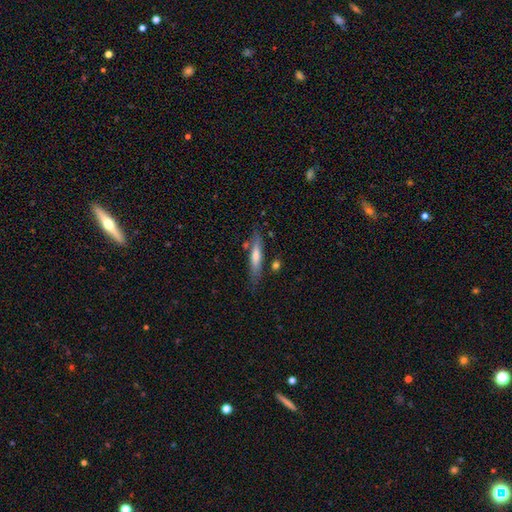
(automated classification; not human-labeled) The model was most divided on "smooth or featured": smooth: 51%, featured or disk: 42%, star or artifact: 6%. More confident: how rounded — cigar-shaped (89%); merging — none (79%).